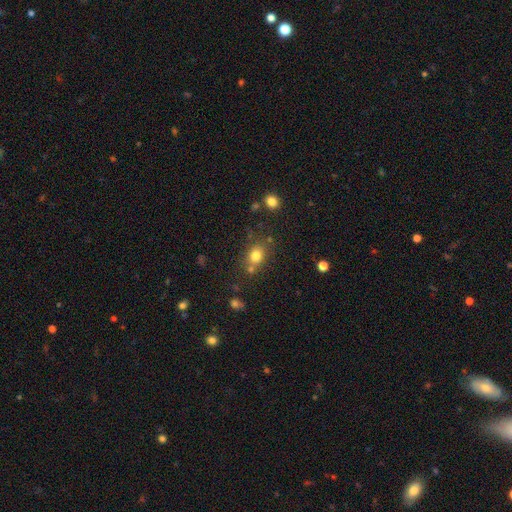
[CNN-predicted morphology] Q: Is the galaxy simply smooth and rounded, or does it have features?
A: smooth — 77%.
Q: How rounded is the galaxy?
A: round — 57%.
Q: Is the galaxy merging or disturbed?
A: none — 65%.